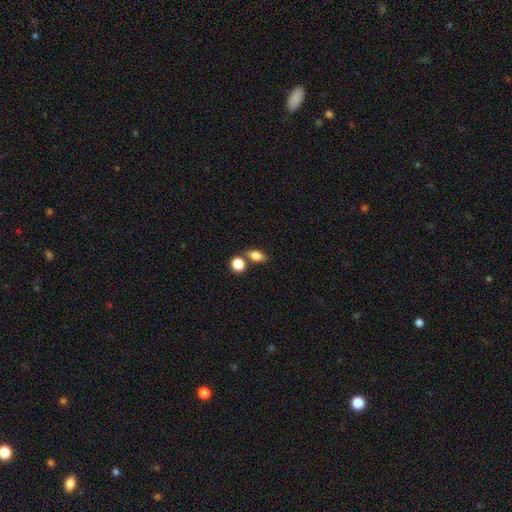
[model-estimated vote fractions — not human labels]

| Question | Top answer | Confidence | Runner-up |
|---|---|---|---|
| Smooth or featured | smooth | 80% | star or artifact (10%) |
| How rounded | in between | 77% | round (19%) |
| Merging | none | 67% | merger (18%) |